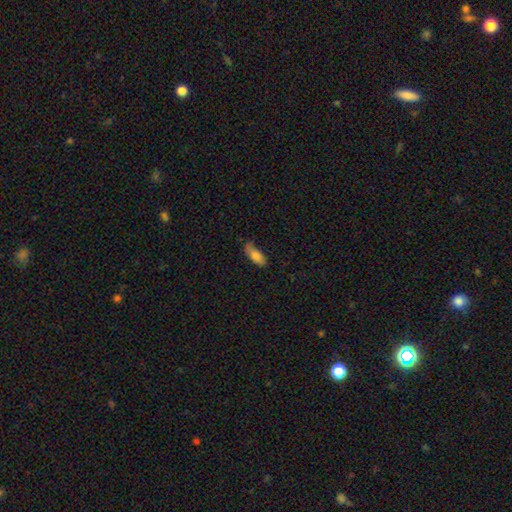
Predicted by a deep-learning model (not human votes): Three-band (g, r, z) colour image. It shows a smooth galaxy with no disk features (78%) that is in between round and cigar-shaped (71%). Merging: none (61%).